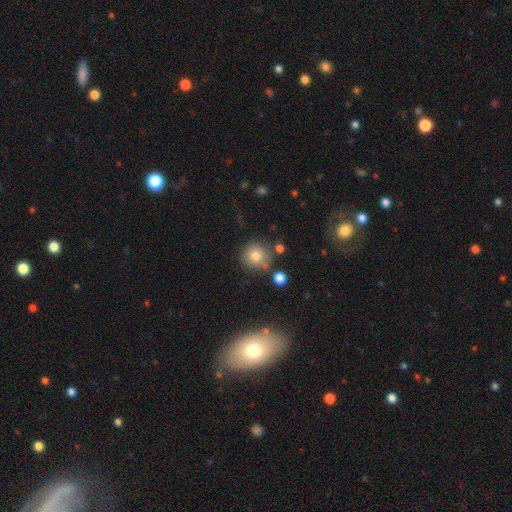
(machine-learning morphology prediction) Smooth or featured? Predicted: smooth (p=0.79). How rounded? Predicted: round (p=0.91). Merging? Predicted: none (p=0.78).